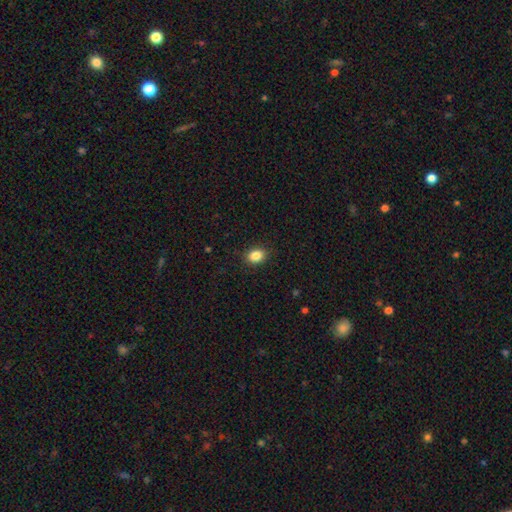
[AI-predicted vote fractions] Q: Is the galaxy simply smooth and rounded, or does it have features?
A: smooth — 86%.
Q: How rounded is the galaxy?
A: in between — 55%.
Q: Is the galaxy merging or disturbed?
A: none — 89%.